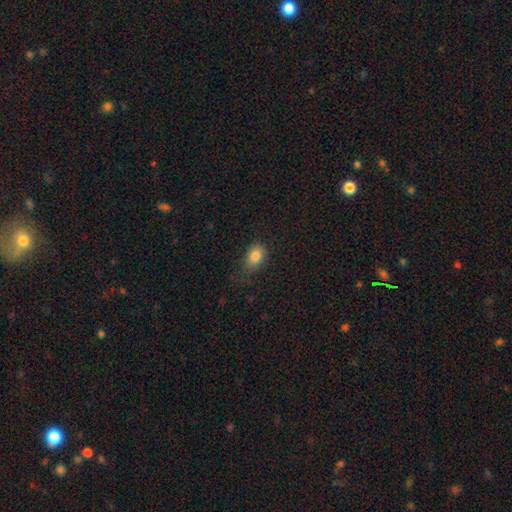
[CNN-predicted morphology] This is clearly a smooth galaxy (84%). How rounded: clearly in between (82%). Merging: likely none (68%).